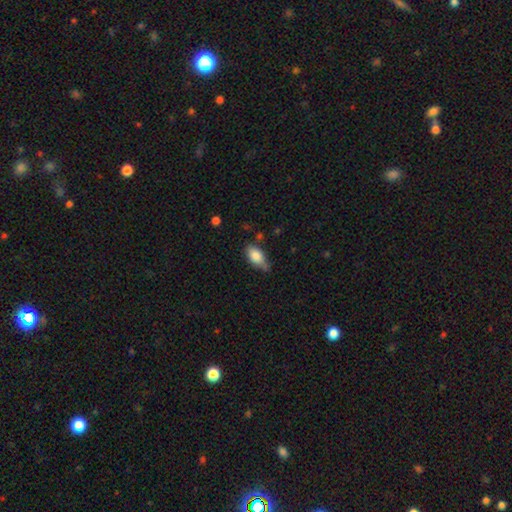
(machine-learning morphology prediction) type=smooth (83%); roundness=in between (90%); merging=none (55%).